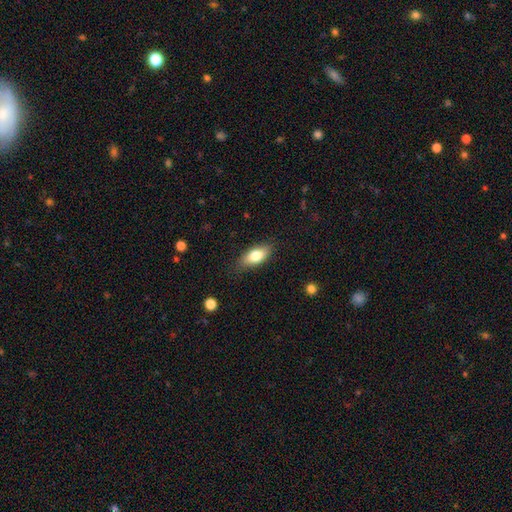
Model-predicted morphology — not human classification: A smooth galaxy with no disk features (76%) that is in between round and cigar-shaped (84%). Merging: none (82%).